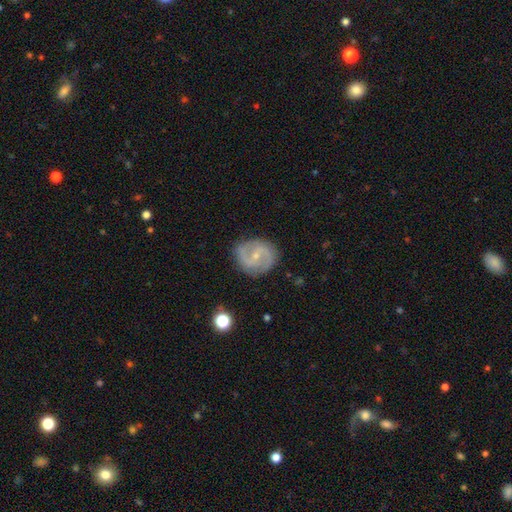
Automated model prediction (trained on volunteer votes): This is clearly a featured or disk galaxy (81%). It is clearly not viewed edge-on (98%). Bar: possibly weak (48%). Spiral arm pattern: clearly yes (93%). Spiral arm count: clearly 2 (91%). Spiral winding: possibly medium (52%). Central bulge: likely small (72%). Merging: clearly none (83%).